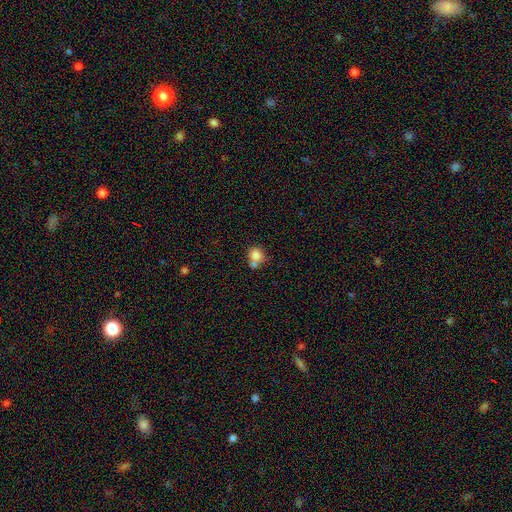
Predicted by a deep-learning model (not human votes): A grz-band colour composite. It shows a smooth galaxy with no disk features (81%) that is round (76%). Merging: none (43%).